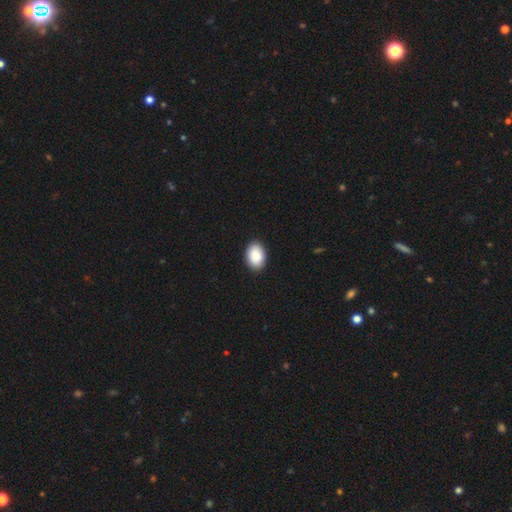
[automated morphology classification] A smooth galaxy with no disk features (91%) that is in between round and cigar-shaped (86%).

Vote fractions:
- Smooth or featured? smooth: 91% / star or artifact: 6% / featured or disk: 3%
- How rounded? in between: 86% / round: 13% / cigar-shaped: 1%
- Merging? none: 90% / minor disturbance: 7% / major disturbance: 2% / merger: 1%